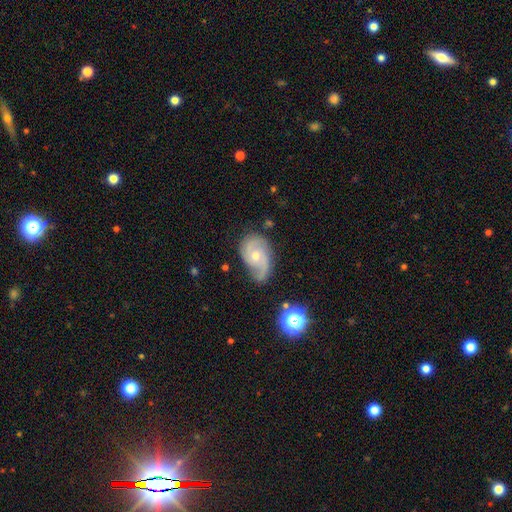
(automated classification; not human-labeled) Overall: featured or disk (79%). Edge-on disk: no (97%). Bar: no (72%). Spiral arms: yes (94%). Spiral arm count: 2 (60%). Spiral winding: medium (44%; tight 33%). Bulge size: moderate (49%; small 48%). Merging: none (53%; minor disturbance 30%).